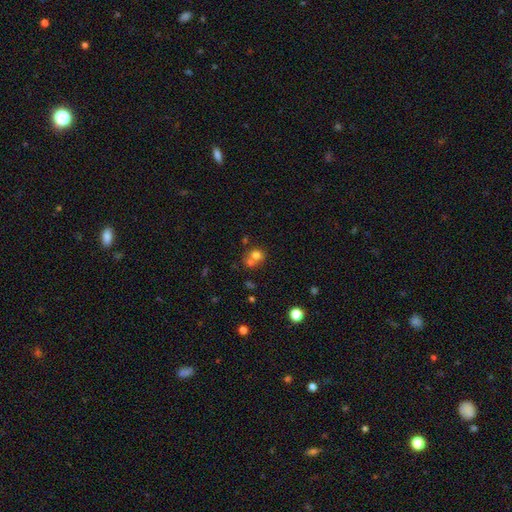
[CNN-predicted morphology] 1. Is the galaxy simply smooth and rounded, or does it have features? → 70% smooth, 15% featured or disk, 14% star or artifact.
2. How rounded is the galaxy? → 73% round, 26% in between, 1% cigar-shaped.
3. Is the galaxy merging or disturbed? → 52% merger, 37% none, 7% minor disturbance, 4% major disturbance.